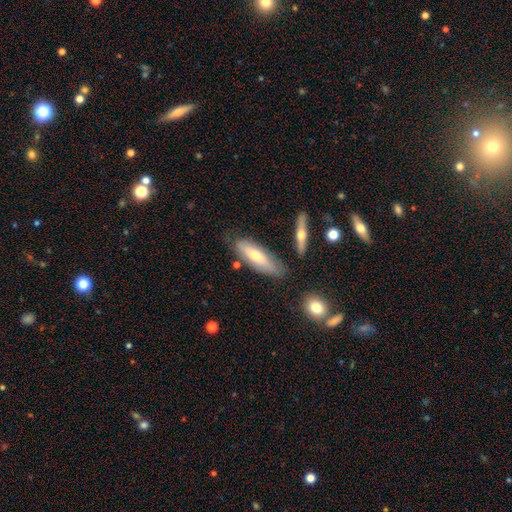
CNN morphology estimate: Smooth or featured?
  - smooth: 61% *
  - featured or disk: 33%
  - star or artifact: 6%
How rounded?
  - cigar-shaped: 54% *
  - in between: 44%
  - round: 2%
Merging?
  - none: 68% *
  - minor disturbance: 20%
  - merger: 7%
  - major disturbance: 5%